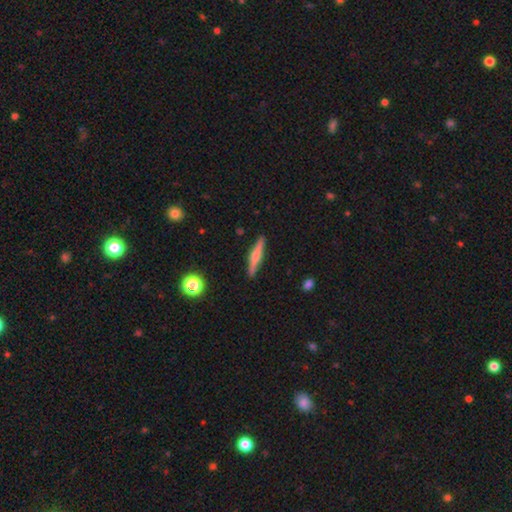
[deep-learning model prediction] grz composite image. It shows a featured or disk galaxy (56%) viewed edge-on (97%) with a rounded central bulge (84%). Merging: none (90%).